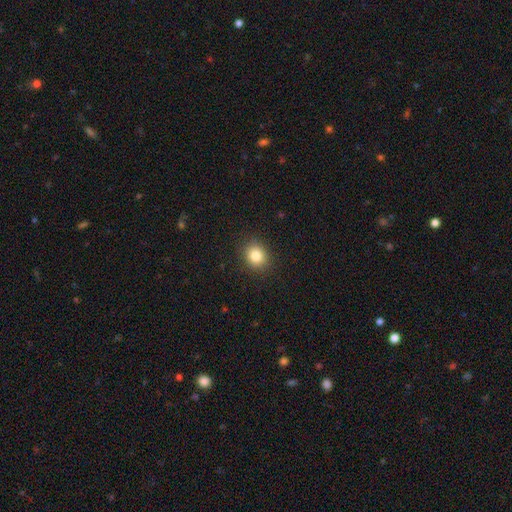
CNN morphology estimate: Smooth or featured: smooth — 83% (star or artifact — 11%)
How rounded: round — 72% (in between — 27%)
Merging: none — 89% (minor disturbance — 8%)